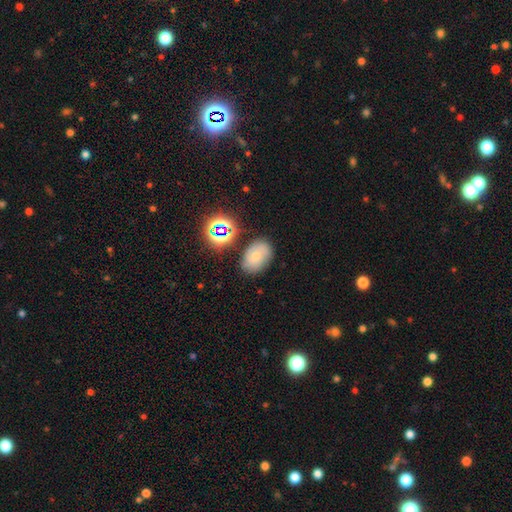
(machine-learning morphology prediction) smooth 58%, featured or disk 25%, star or artifact 18%. Down the decision tree: how rounded — in between (81%); merging — none (73%).